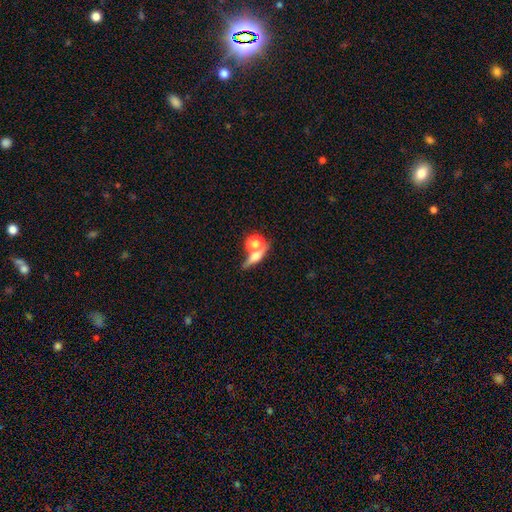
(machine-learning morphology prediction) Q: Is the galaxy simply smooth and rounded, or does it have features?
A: smooth — 54%.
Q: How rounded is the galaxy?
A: round — 36%.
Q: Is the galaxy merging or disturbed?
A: none — 46%.